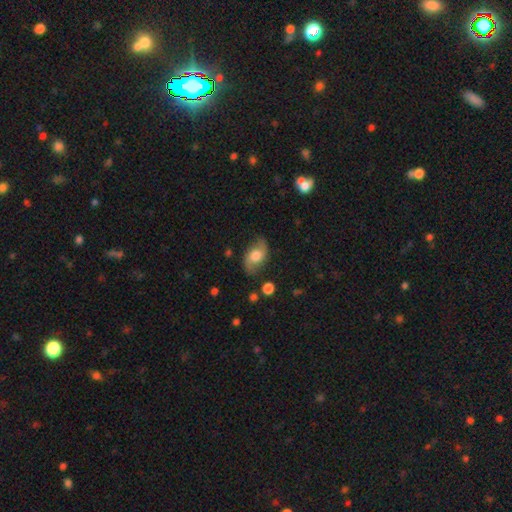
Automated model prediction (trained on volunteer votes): smooth_or_featured: featured or disk (p=0.51) [alt: smooth p=0.42]
disk_edge_on: no (p=0.92) [alt: yes p=0.08]
merging: none (p=0.74) [alt: minor disturbance p=0.19]